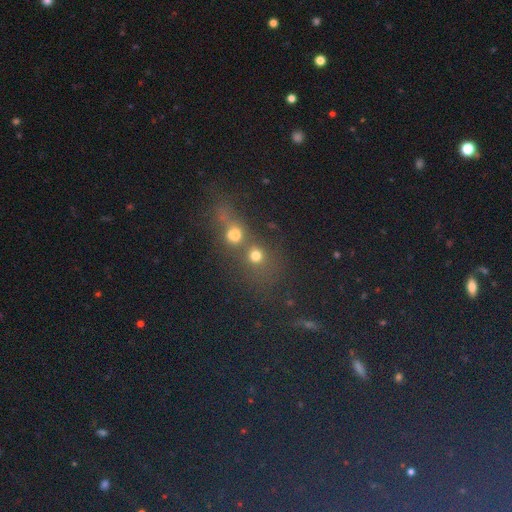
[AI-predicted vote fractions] This appears to be a smooth galaxy with no disk features (64%) that is round (79%). Merging: merger (56%).